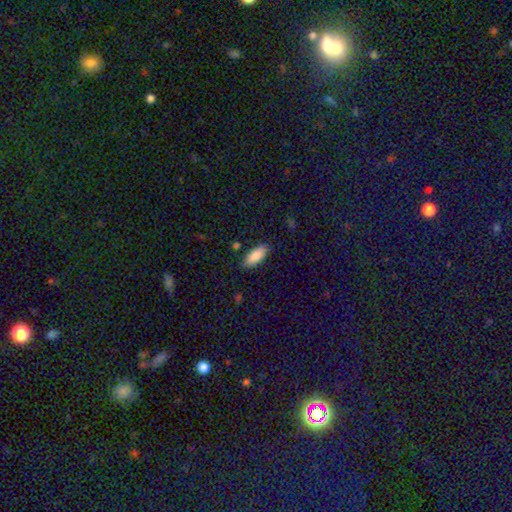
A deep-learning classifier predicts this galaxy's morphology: A smooth galaxy with no disk features (87%) that is in between round and cigar-shaped (83%).

Vote fractions:
- Smooth or featured? smooth: 87% / featured or disk: 7% / star or artifact: 6%
- How rounded? in between: 83% / cigar-shaped: 15% / round: 2%
- Merging? none: 85% / minor disturbance: 11% / major disturbance: 2% / merger: 2%